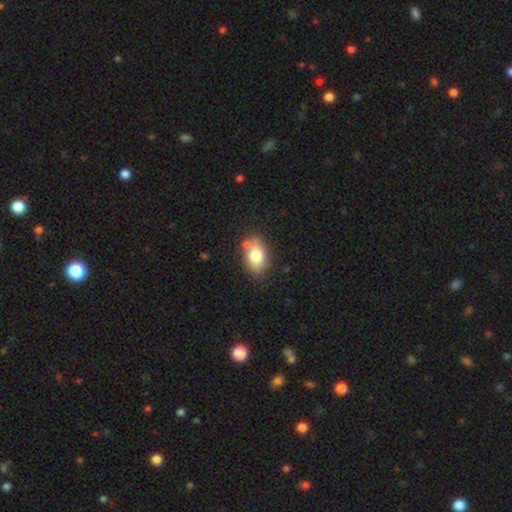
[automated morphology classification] A smooth galaxy with no disk features (78%) that is in between round and cigar-shaped (86%). Merging: none (68%).